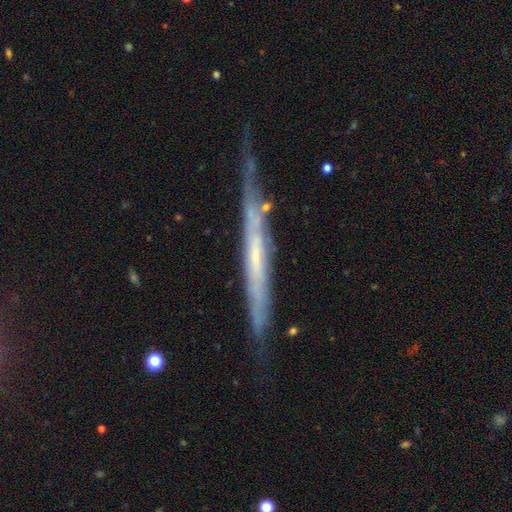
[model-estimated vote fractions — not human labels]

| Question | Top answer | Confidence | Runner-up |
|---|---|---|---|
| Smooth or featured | featured or disk | 72% | smooth (22%) |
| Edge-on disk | yes | 87% | no (13%) |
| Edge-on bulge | none | 77% | rounded (16%) |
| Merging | none | 63% | minor disturbance (26%) |